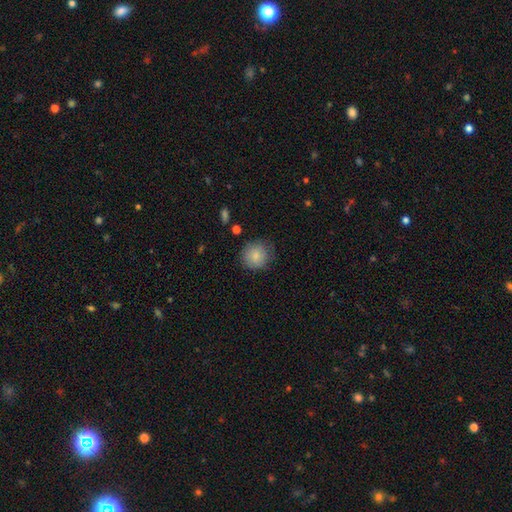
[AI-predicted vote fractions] Smooth or featured: smooth — 86% (star or artifact — 8%)
How rounded: round — 88% (in between — 11%)
Merging: none — 77% (minor disturbance — 17%)